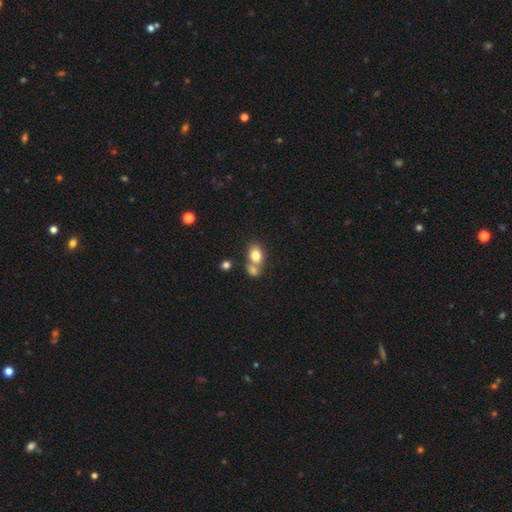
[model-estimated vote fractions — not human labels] Smooth or featured: smooth — 80% (featured or disk — 11%)
How rounded: in between — 67% (round — 32%)
Merging: merger — 46% (none — 41%)